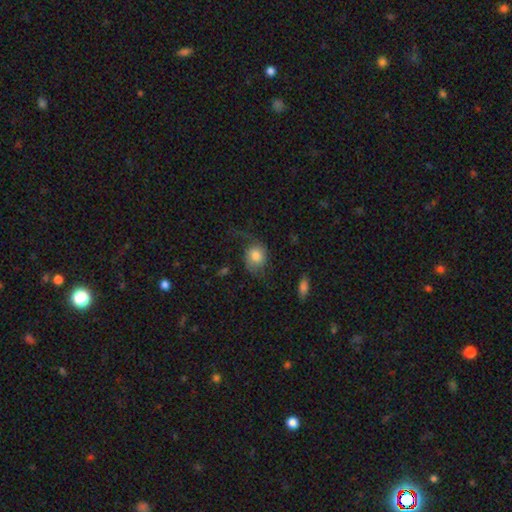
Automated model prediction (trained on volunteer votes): Smooth or featured? Predicted: smooth (p=0.59). How rounded? Predicted: round (p=0.64). Merging? Predicted: none (p=0.46).